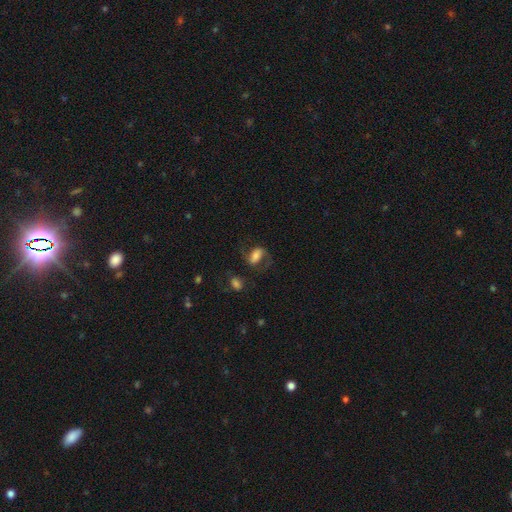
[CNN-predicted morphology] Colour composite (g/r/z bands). It shows a featured or disk galaxy (53%) with a weak bar (36%), spiral arms (87%) and a moderate central bulge (36%). Merging: none (57%).